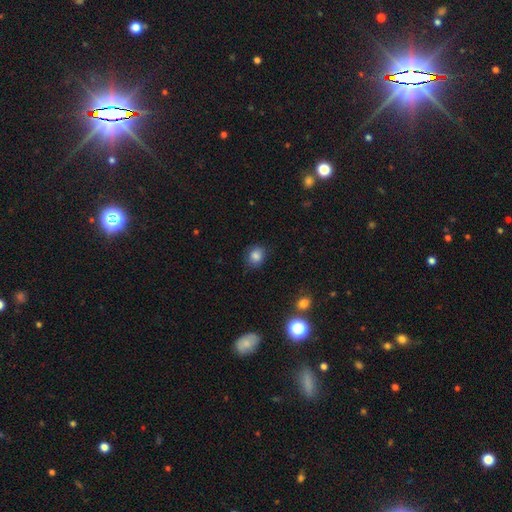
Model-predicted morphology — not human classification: smooth_or_featured: smooth (p=0.83) [alt: star or artifact p=0.11]
how_rounded: round (p=0.65) [alt: in between p=0.34]
merging: none (p=0.81) [alt: minor disturbance p=0.14]